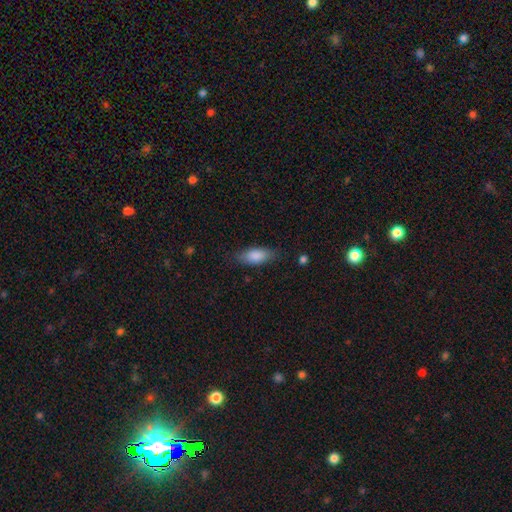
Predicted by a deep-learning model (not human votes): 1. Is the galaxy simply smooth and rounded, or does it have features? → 85% smooth, 9% featured or disk, 6% star or artifact.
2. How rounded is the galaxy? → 80% in between, 17% cigar-shaped, 2% round.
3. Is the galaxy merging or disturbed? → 80% none, 15% minor disturbance, 4% major disturbance, 1% merger.